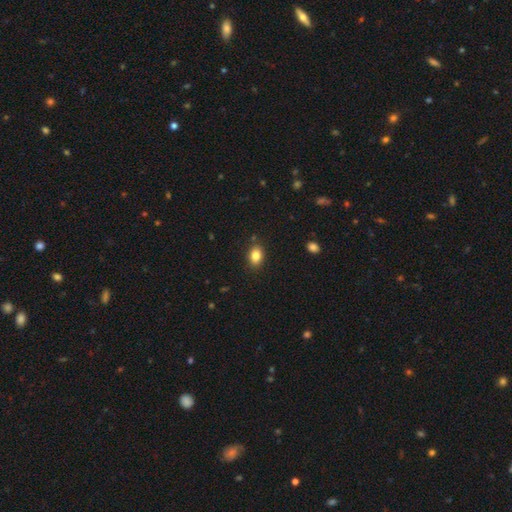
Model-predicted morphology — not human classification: This appears to be a smooth galaxy with no disk features (84%) that is in between round and cigar-shaped (78%). Merging: none (85%).